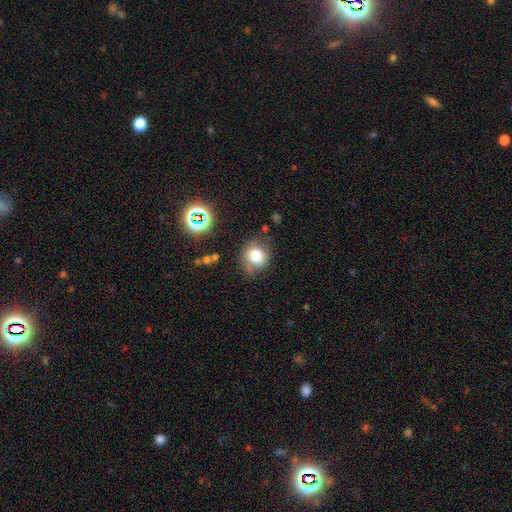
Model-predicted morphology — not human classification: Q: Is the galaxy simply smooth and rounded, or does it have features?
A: smooth — 74%.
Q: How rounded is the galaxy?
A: round — 75%.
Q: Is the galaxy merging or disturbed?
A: none — 65%.